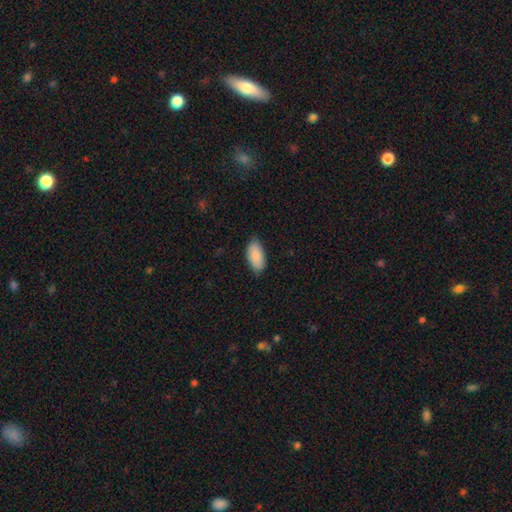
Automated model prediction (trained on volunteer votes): smooth_or_featured: smooth (p=0.90) [alt: star or artifact p=0.06]
how_rounded: in between (p=0.93) [alt: cigar-shaped p=0.05]
merging: none (p=0.83) [alt: minor disturbance p=0.14]